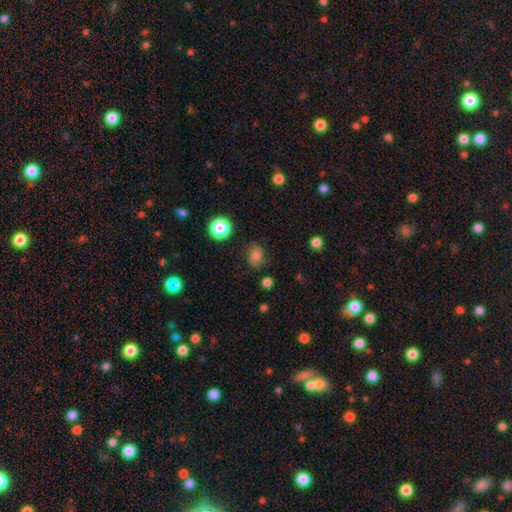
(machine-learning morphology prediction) This is possibly a smooth galaxy (58%). How rounded: possibly round (58%). Merging: likely none (71%).